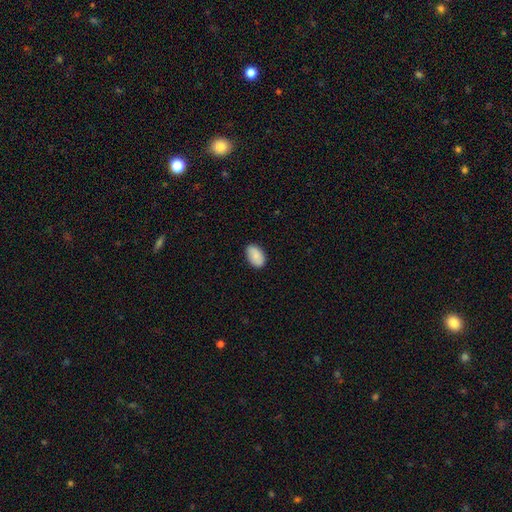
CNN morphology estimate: Smooth or featured: smooth — 85% (featured or disk — 8%)
How rounded: in between — 92% (round — 6%)
Merging: none — 83% (minor disturbance — 14%)